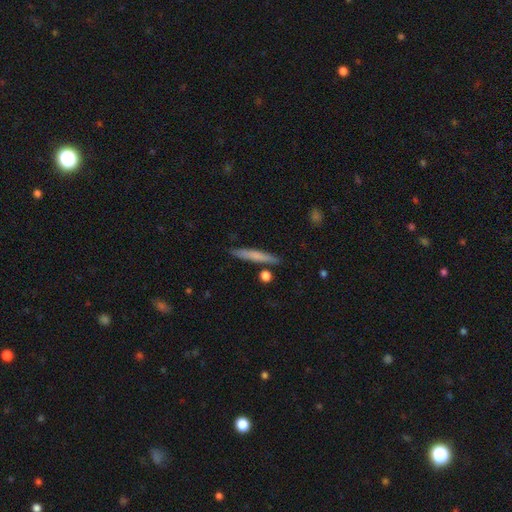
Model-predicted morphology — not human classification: Smooth or featured: smooth — 65% (featured or disk — 29%)
How rounded: cigar-shaped — 95% (in between — 3%)
Merging: none — 87% (minor disturbance — 8%)